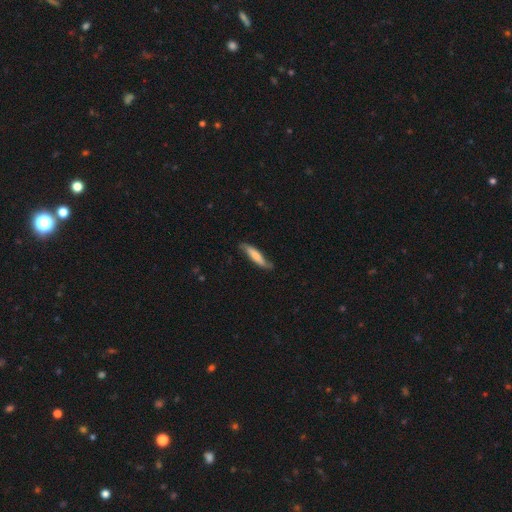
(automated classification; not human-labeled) This is possibly a smooth galaxy (55%). How rounded: clearly cigar-shaped (82%). Merging: likely none (71%).